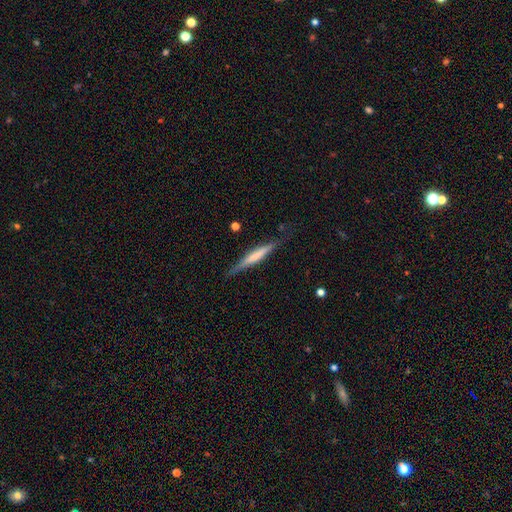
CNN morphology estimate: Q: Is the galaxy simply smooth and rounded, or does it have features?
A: featured or disk — 51%.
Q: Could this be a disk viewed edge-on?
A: yes — 96%.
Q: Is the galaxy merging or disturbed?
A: none — 80%.